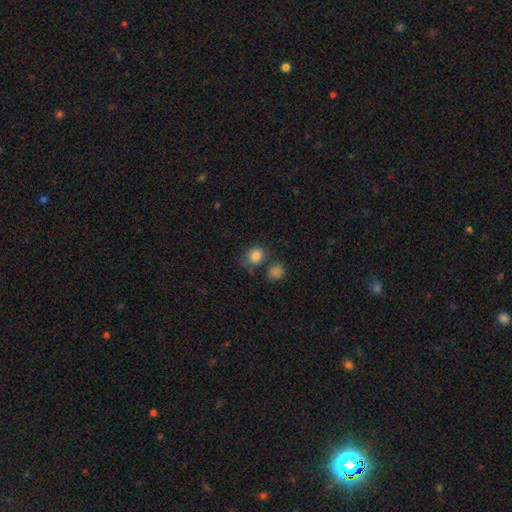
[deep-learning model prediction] Smooth or featured? smooth (82%)
How rounded? round (63%)
Merging? none (52%)